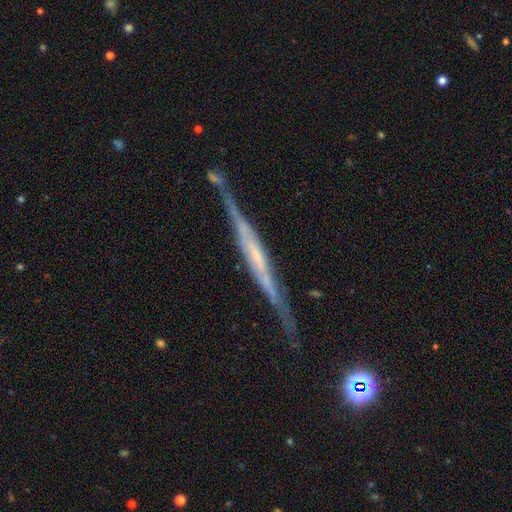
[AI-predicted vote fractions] smooth_or_featured: featured or disk (p=0.78) [alt: smooth p=0.15]
disk_edge_on: yes (p=0.95) [alt: no p=0.05]
edge_on_bulge: none (p=0.49) [alt: boxy p=0.28]
merging: none (p=0.75) [alt: minor disturbance p=0.17]